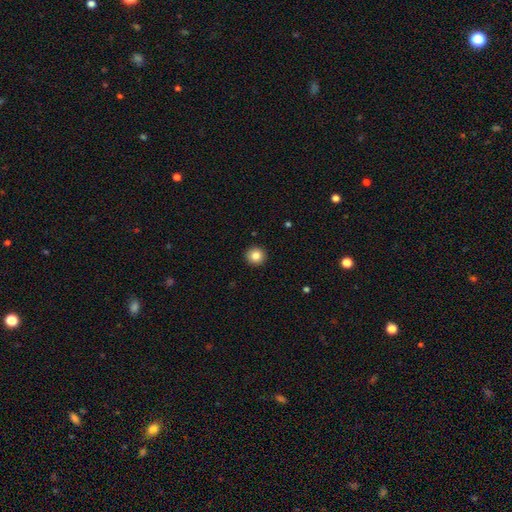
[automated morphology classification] type=smooth (84%); roundness=round (94%); merging=none (93%).